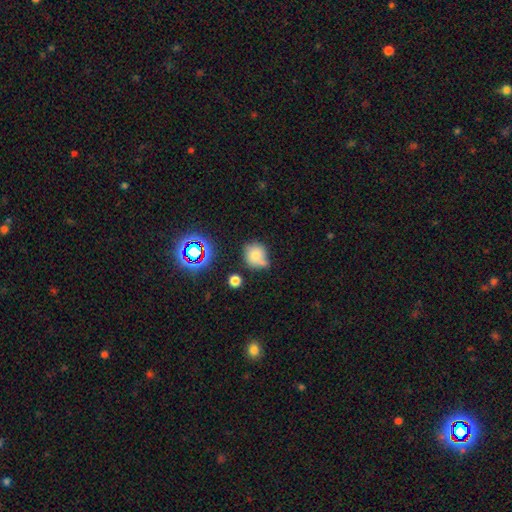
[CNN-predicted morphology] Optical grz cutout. It shows a smooth galaxy with no disk features (68%) that is round (73%). Merging: none (46%).